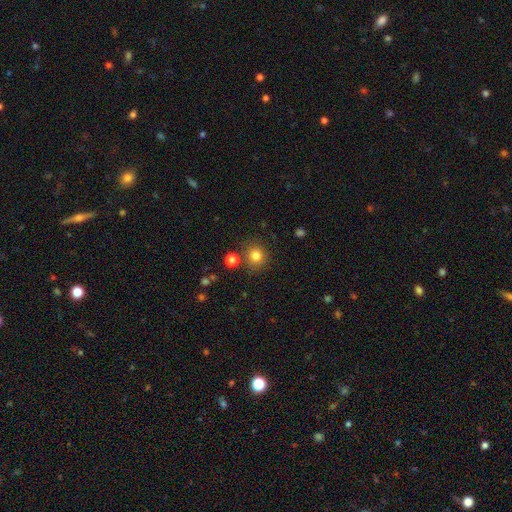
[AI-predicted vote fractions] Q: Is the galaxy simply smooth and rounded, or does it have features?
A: smooth — 80%.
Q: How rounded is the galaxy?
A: round — 88%.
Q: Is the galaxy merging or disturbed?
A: none — 81%.